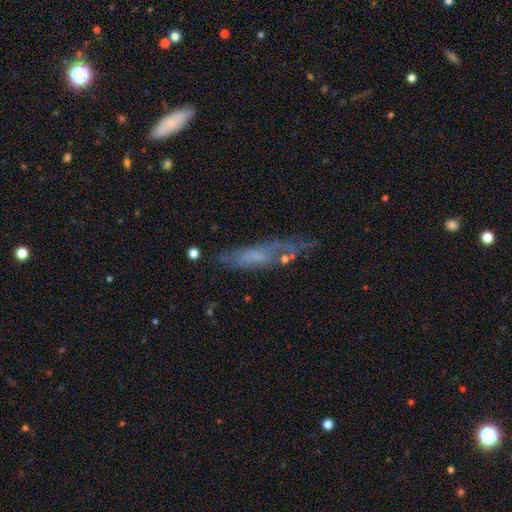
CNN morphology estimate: type=featured or disk (51%); edge-on=no (57%); merging=none (57%).